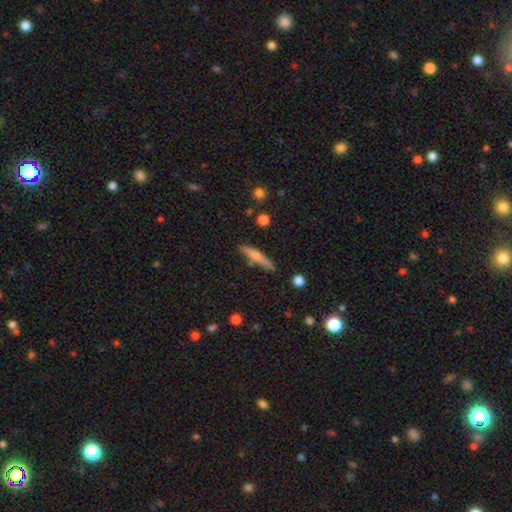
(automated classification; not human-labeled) A smooth galaxy with no disk features (53%) that is cigar-shaped (91%). Merging: none (83%).